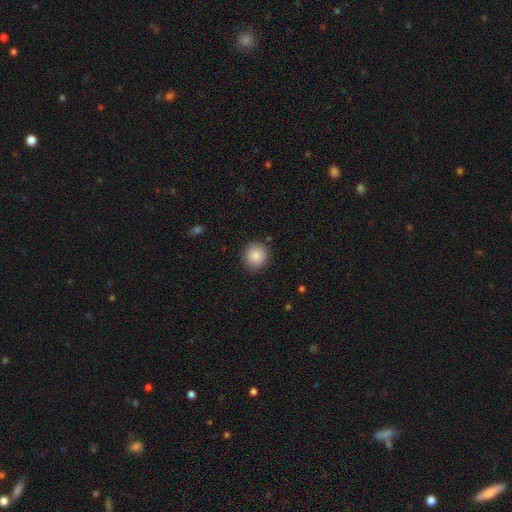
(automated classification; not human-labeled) The model was most divided on "smooth or featured": smooth: 87%, star or artifact: 8%, featured or disk: 5%. More confident: how rounded — round (91%); merging — none (89%).